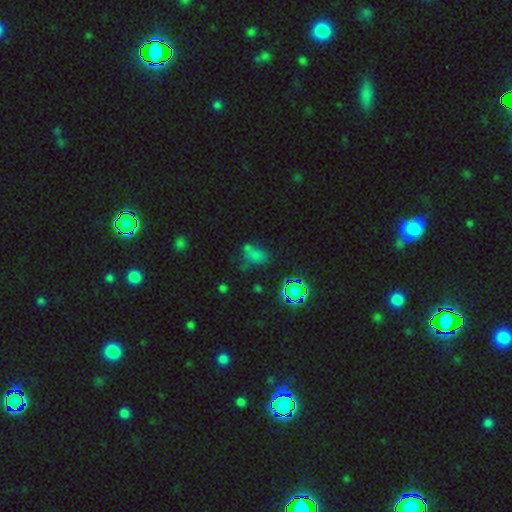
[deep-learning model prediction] smooth_or_featured: smooth (p=0.53) [alt: star or artifact p=0.32]
how_rounded: in between (p=0.72) [alt: round p=0.22]
merging: none (p=0.45) [alt: minor disturbance p=0.23]